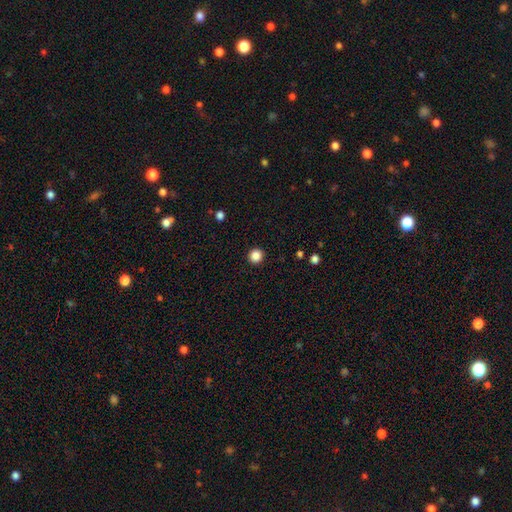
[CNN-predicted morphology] Smooth or featured?
  - smooth: 86% *
  - star or artifact: 11%
  - featured or disk: 3%
How rounded?
  - round: 94% *
  - in between: 5%
  - cigar-shaped: 1%
Merging?
  - none: 93% *
  - minor disturbance: 4%
  - major disturbance: 2%
  - merger: 1%